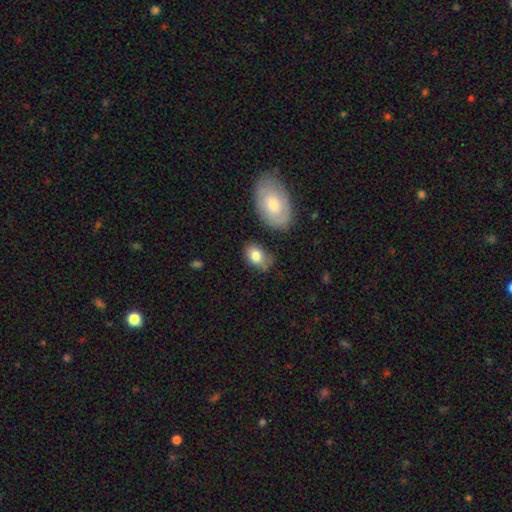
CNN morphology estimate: Overall: smooth (79%). How rounded: in between (84%). Merging: none (60%; minor disturbance 26%).